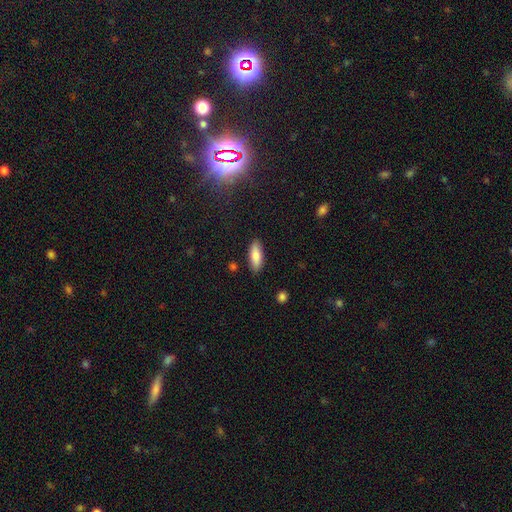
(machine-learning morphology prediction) Q: Smooth or featured?
A: smooth (81%); runner-up: featured or disk (12%)
Q: How rounded?
A: in between (70%); runner-up: cigar-shaped (27%)
Q: Merging?
A: none (87%); runner-up: minor disturbance (9%)